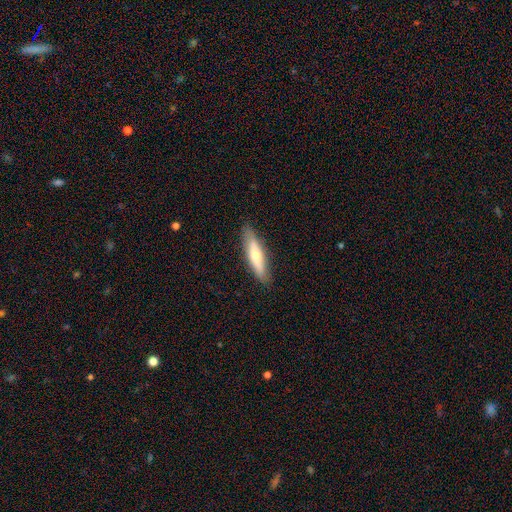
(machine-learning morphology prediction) smooth_or_featured: smooth (p=0.54) [alt: featured or disk p=0.40]
how_rounded: cigar-shaped (p=0.76) [alt: in between p=0.23]
merging: none (p=0.87) [alt: minor disturbance p=0.10]